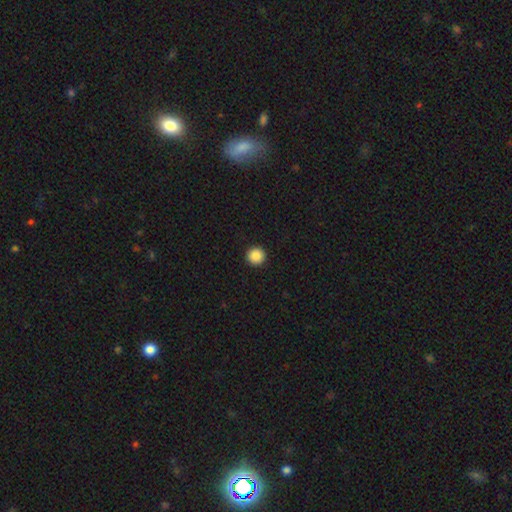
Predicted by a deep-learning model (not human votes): Overall: smooth (88%). How rounded: round (96%). Merging: none (94%).